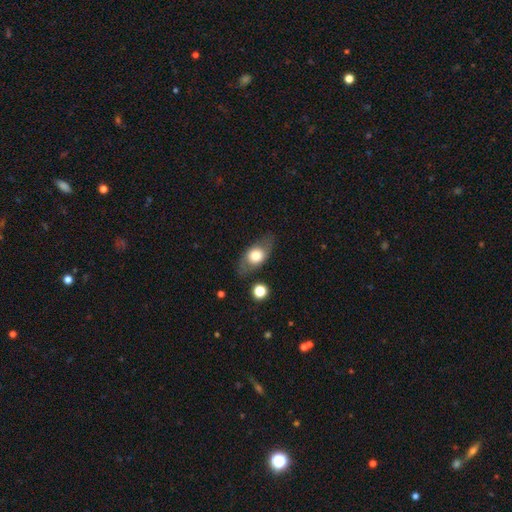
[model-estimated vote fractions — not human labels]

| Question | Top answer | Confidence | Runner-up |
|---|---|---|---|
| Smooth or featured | smooth | 59% | featured or disk (34%) |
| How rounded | in between | 69% | round (24%) |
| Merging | none | 74% | minor disturbance (16%) |